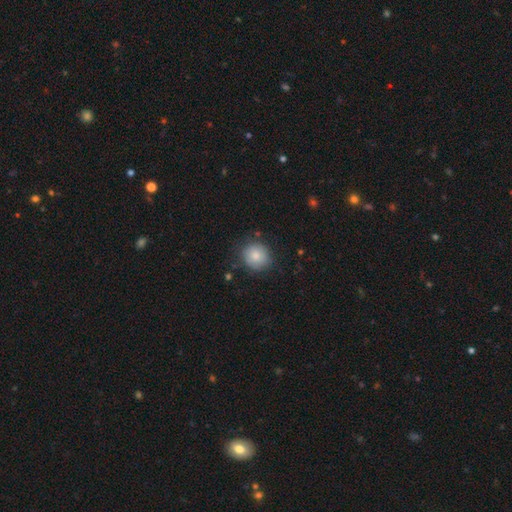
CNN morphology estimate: Smooth or featured? Predicted: smooth (p=0.82). How rounded? Predicted: round (p=0.87). Merging? Predicted: none (p=0.80).